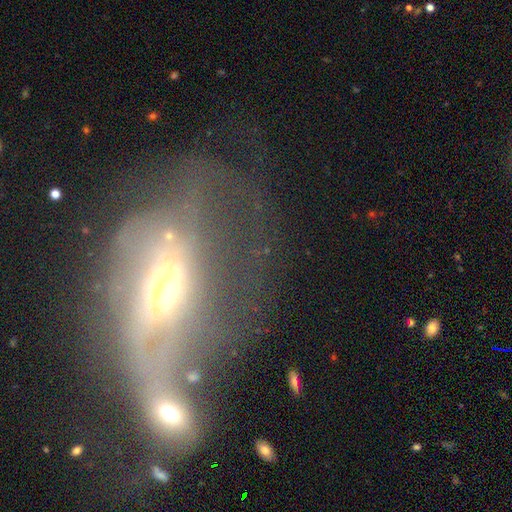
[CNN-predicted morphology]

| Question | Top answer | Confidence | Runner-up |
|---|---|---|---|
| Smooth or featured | featured or disk | 59% | smooth (28%) |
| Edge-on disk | no | 89% | yes (11%) |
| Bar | no | 63% | weak (25%) |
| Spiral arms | no | 57% | yes (43%) |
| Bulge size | moderate | 61% | small (24%) |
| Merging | merger | 45% | major disturbance (33%) |